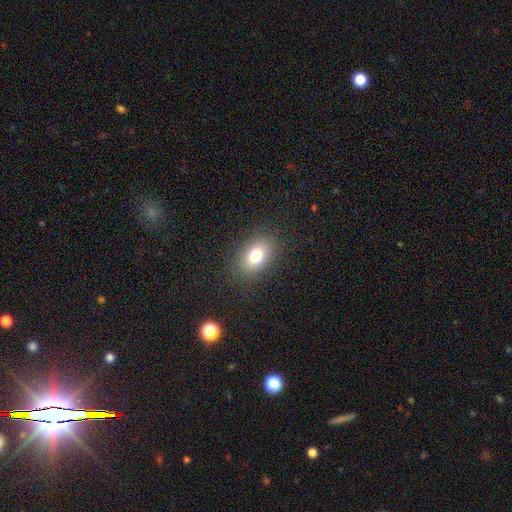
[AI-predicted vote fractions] smooth 77%, star or artifact 12%, featured or disk 11%. Down the decision tree: how rounded — in between (79%); merging — none (86%).